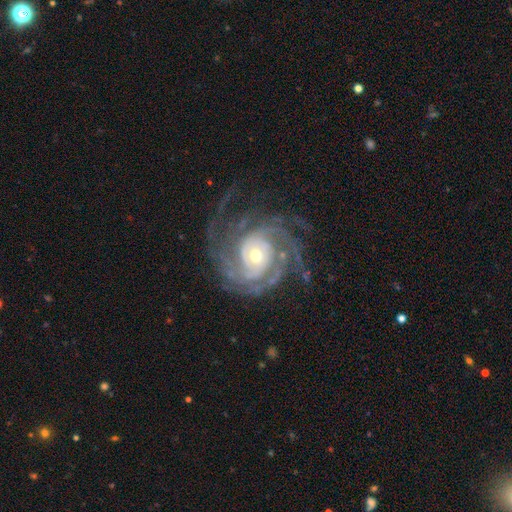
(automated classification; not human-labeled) Smooth or featured? Predicted: featured or disk (p=0.92). Edge-on disk? Predicted: no (p=0.98). Bar? Predicted: no (p=0.69). Spiral arms? Predicted: yes (p=0.98). Spiral winding? Predicted: tight (p=0.65). Spiral arm count? Predicted: 3 (p=0.22). Bulge size? Predicted: moderate (p=0.48). Merging? Predicted: none (p=0.69).